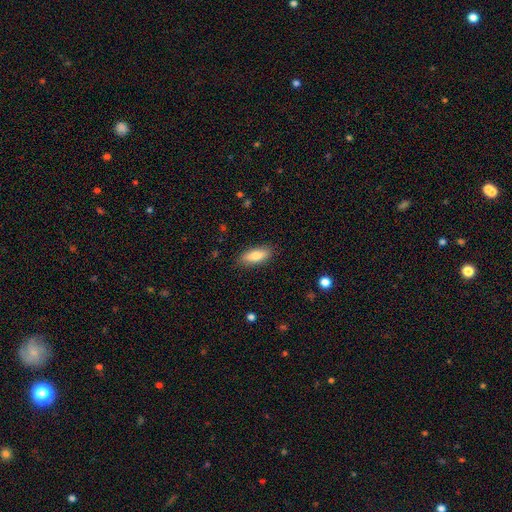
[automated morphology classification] A smooth galaxy with no disk features (81%) that is in between round and cigar-shaped (73%). Merging: none (87%).